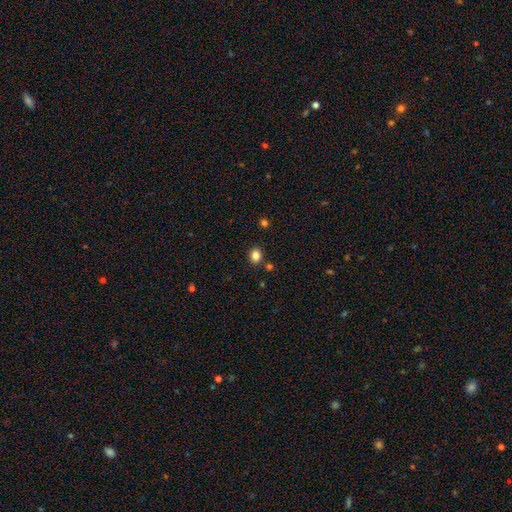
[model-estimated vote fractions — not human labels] The model was most divided on "how rounded": in between: 52%, round: 47%, cigar-shaped: 1%. More confident: merging — none (84%); smooth or featured — smooth (84%).